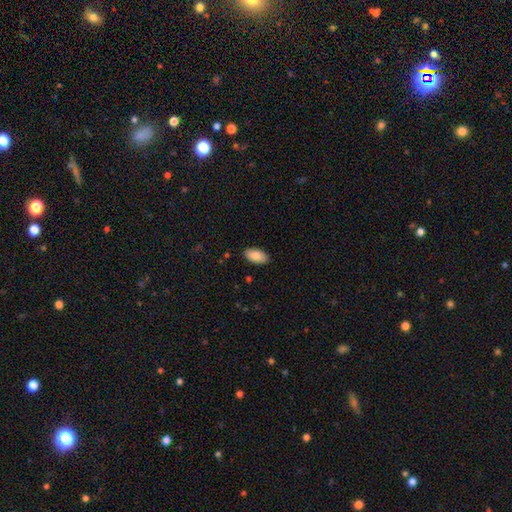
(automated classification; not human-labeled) This is clearly a smooth galaxy (86%). How rounded: clearly in between (95%). Merging: clearly none (88%).